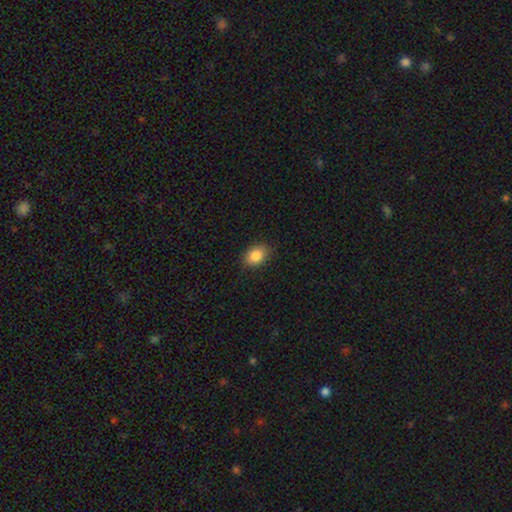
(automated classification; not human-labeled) A smooth galaxy with no disk features (86%) that is in between round and cigar-shaped (76%).

Vote fractions:
- Smooth or featured? smooth: 86% / star or artifact: 8% / featured or disk: 5%
- How rounded? in between: 76% / round: 23% / cigar-shaped: 1%
- Merging? none: 85% / minor disturbance: 11% / major disturbance: 3% / merger: 1%